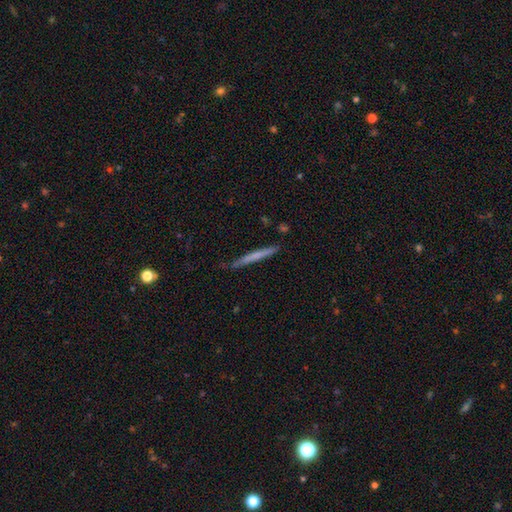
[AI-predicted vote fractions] Morphology: type=smooth (55%); roundness=cigar-shaped (97%); merging=none (83%).